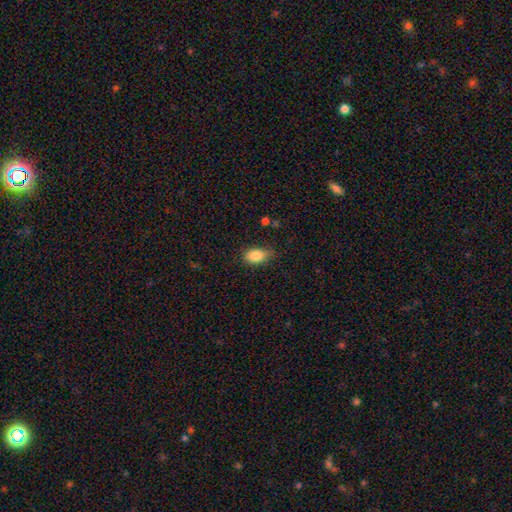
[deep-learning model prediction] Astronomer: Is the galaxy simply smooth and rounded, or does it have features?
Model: smooth — 86%.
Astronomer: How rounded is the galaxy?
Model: in between — 90%.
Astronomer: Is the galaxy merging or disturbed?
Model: none — 71%.